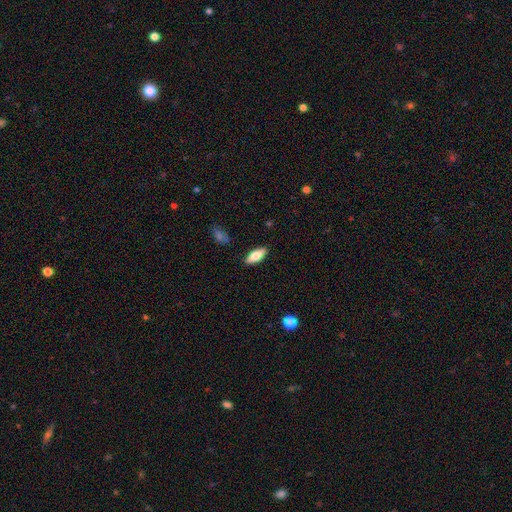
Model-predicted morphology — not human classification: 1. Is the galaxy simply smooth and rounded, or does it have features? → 72% smooth, 21% featured or disk, 6% star or artifact.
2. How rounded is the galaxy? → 79% in between, 19% cigar-shaped, 2% round.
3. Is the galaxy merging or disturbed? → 87% none, 9% minor disturbance, 2% major disturbance, 1% merger.